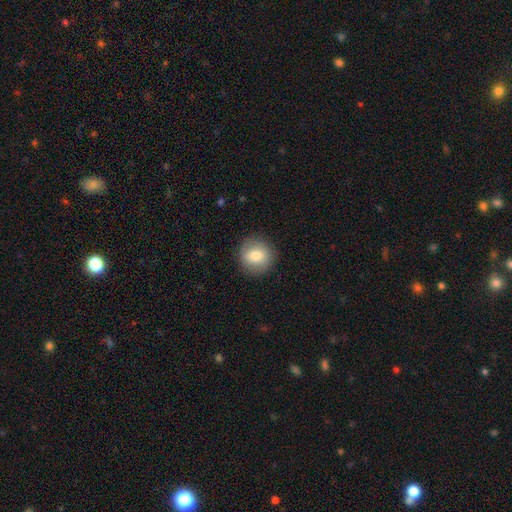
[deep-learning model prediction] A smooth galaxy with no disk features (76%) that is round (91%). Merging: none (89%).